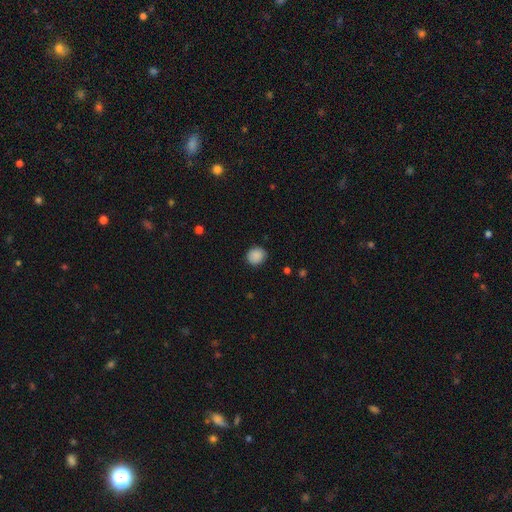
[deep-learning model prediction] This is clearly a smooth galaxy (88%). How rounded: clearly round (82%). Merging: clearly none (87%).